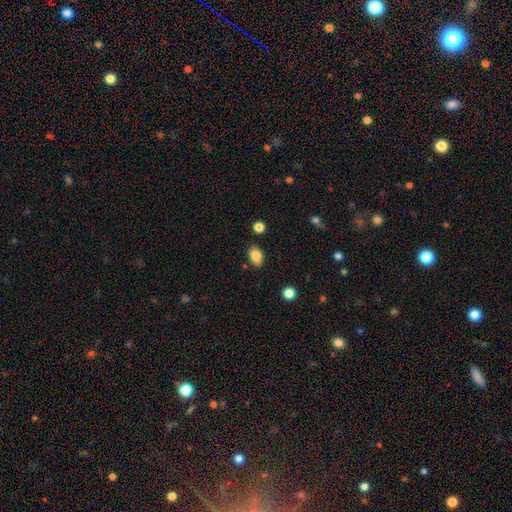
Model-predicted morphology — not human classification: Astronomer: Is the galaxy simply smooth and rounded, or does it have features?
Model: smooth — 86%.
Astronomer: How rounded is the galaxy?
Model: in between — 84%.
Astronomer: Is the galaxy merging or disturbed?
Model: none — 83%.